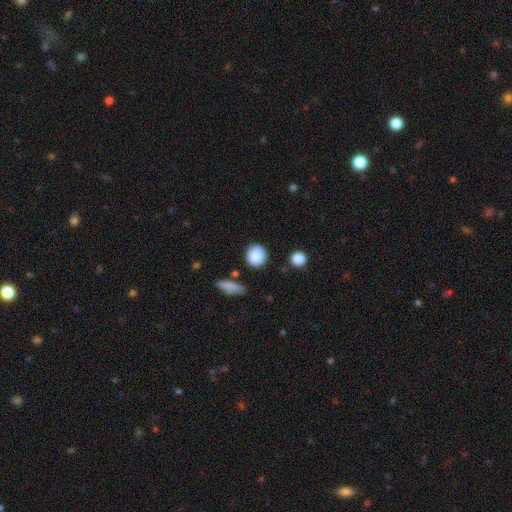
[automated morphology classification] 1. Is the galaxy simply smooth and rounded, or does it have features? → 88% smooth, 8% star or artifact, 5% featured or disk.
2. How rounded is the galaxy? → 85% round, 13% in between, 2% cigar-shaped.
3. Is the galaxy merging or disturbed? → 83% none, 10% minor disturbance, 4% merger, 3% major disturbance.